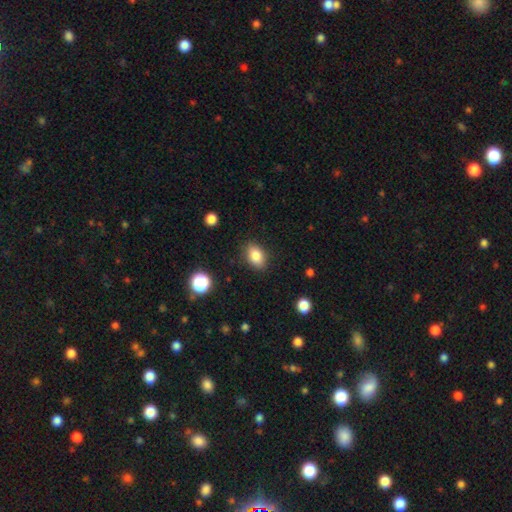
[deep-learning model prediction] This appears to be a smooth galaxy with no disk features (84%) that is in between round and cigar-shaped (84%). Merging: none (85%).